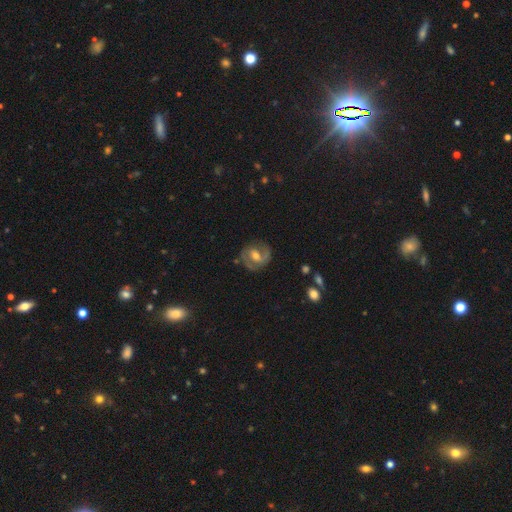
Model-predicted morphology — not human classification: Q: Smooth or featured?
A: featured or disk (77%); runner-up: smooth (17%)
Q: Edge-on disk?
A: no (97%); runner-up: yes (3%)
Q: Bar?
A: weak (50%); runner-up: no (29%)
Q: Spiral arms?
A: yes (89%); runner-up: no (11%)
Q: Spiral winding?
A: medium (49%); runner-up: tight (33%)
Q: Spiral arm count?
A: 2 (80%); runner-up: can't tell (8%)
Q: Bulge size?
A: moderate (69%); runner-up: small (22%)
Q: Merging?
A: none (75%); runner-up: minor disturbance (16%)